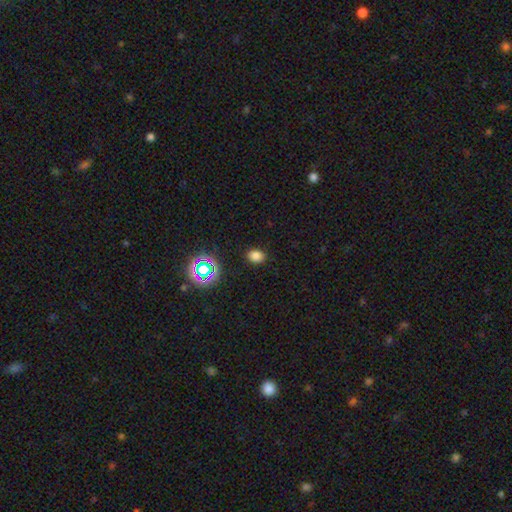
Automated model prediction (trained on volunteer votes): This appears to be a smooth galaxy with no disk features (77%) that is in between round and cigar-shaped (61%). Merging: none (87%).